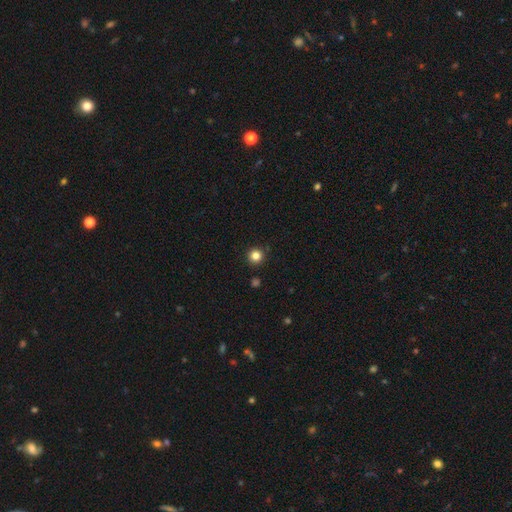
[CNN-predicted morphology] A smooth galaxy with no disk features (84%) that is round (96%). Merging: none (92%).